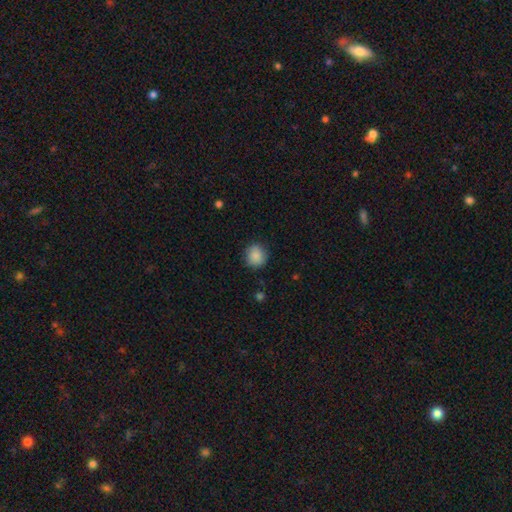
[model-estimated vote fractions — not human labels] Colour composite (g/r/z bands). It shows a smooth galaxy with no disk features (87%) that is round (86%). Merging: none (84%).